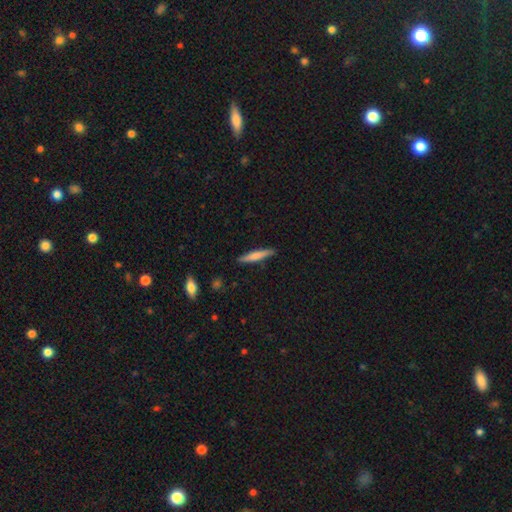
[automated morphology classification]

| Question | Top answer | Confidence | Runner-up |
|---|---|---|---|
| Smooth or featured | smooth | 63% | featured or disk (31%) |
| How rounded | cigar-shaped | 92% | in between (6%) |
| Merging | none | 90% | minor disturbance (8%) |